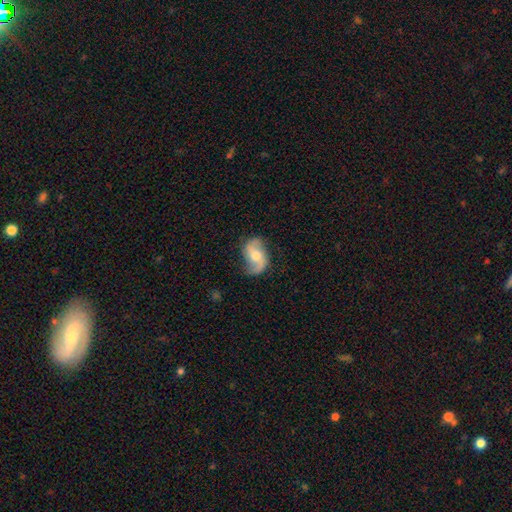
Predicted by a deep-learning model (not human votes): The model was most divided on "bar": no: 47%, weak: 40%, strong: 13%. More confident: edge-on disk — no (96%); spiral arms — yes (93%); spiral arm count — 2 (89%); smooth or featured — featured or disk (75%); merging — none (73%); bulge size — moderate (68%); spiral winding — loose (62%).